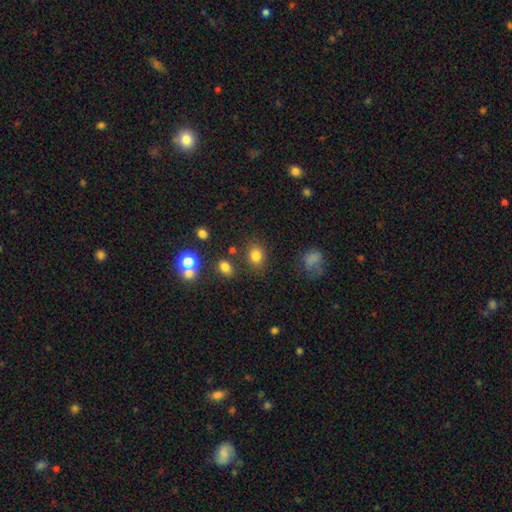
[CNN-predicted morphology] A smooth galaxy with no disk features (81%) that is round (52%). Merging: none (78%).